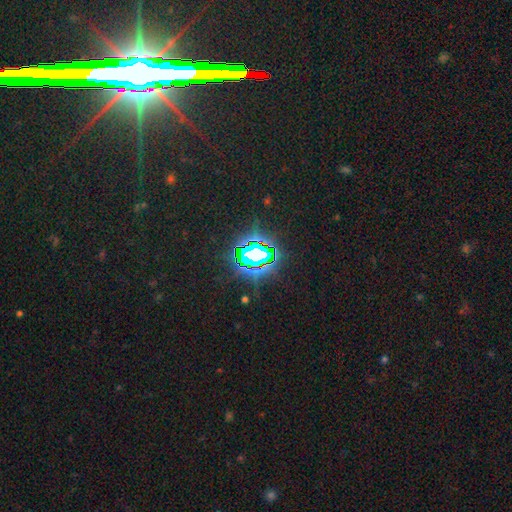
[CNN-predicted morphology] Smooth or featured? Predicted: star or artifact (p=0.78).